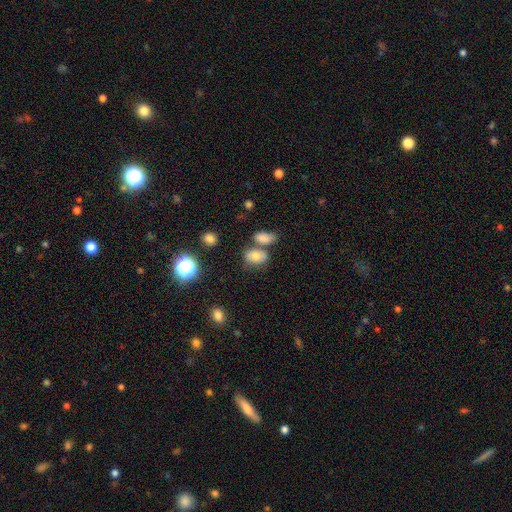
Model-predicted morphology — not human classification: smooth 74%, featured or disk 14%, star or artifact 13%. Down the decision tree: how rounded — in between (77%); merging — none (50%).